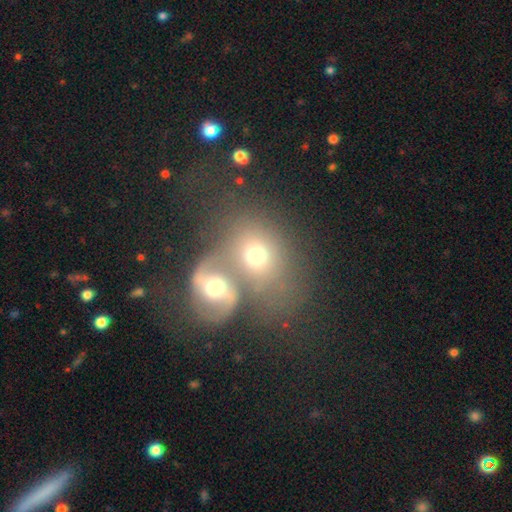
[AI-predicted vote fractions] Smooth or featured? smooth (48%)
Merging? merger (60%)